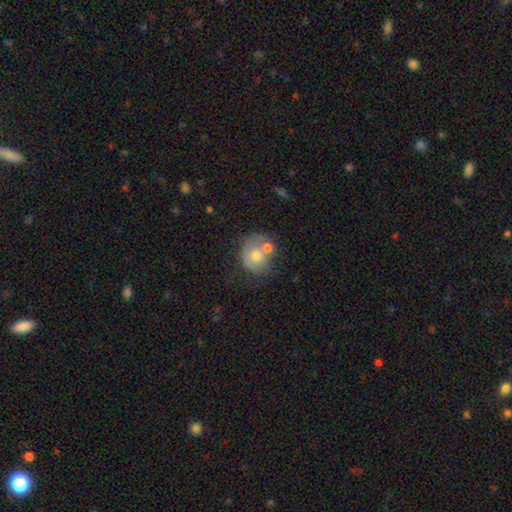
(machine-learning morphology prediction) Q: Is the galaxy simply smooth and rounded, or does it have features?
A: smooth — 61%.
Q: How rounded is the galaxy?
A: round — 70%.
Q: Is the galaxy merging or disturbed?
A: none — 37%.